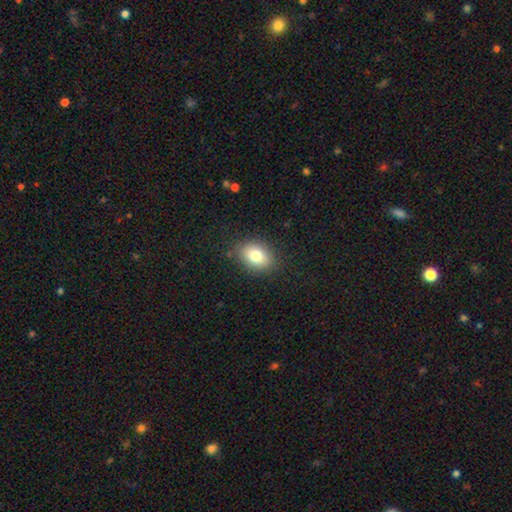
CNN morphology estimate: Smooth or featured?
  - smooth: 80% *
  - featured or disk: 11%
  - star or artifact: 9%
How rounded?
  - in between: 74% *
  - round: 24%
  - cigar-shaped: 1%
Merging?
  - none: 85% *
  - minor disturbance: 10%
  - major disturbance: 3%
  - merger: 1%